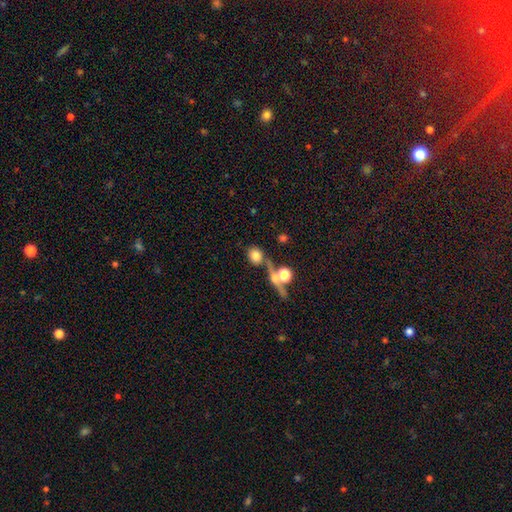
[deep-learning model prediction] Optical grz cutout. It shows a smooth galaxy with no disk features (74%) that is round (70%). Merging: none (59%).